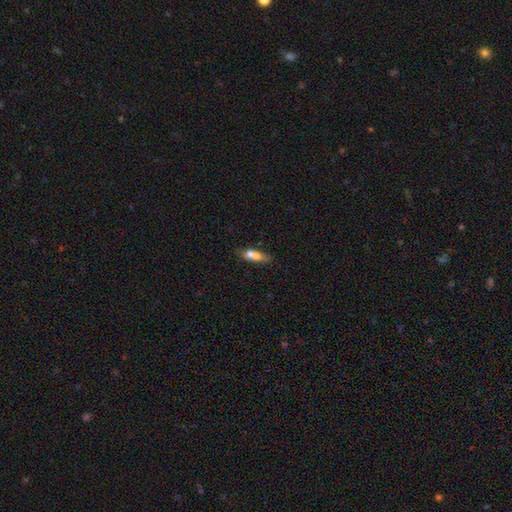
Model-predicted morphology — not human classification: Smooth or featured? Predicted: smooth (p=0.68). How rounded? Predicted: cigar-shaped (p=0.48). Merging? Predicted: none (p=0.48).